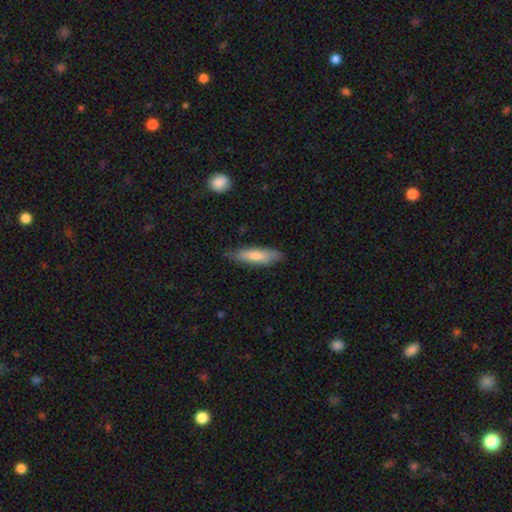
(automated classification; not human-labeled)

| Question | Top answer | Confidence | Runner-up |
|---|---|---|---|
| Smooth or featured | smooth | 71% | featured or disk (23%) |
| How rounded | cigar-shaped | 69% | in between (29%) |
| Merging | none | 79% | minor disturbance (17%) |